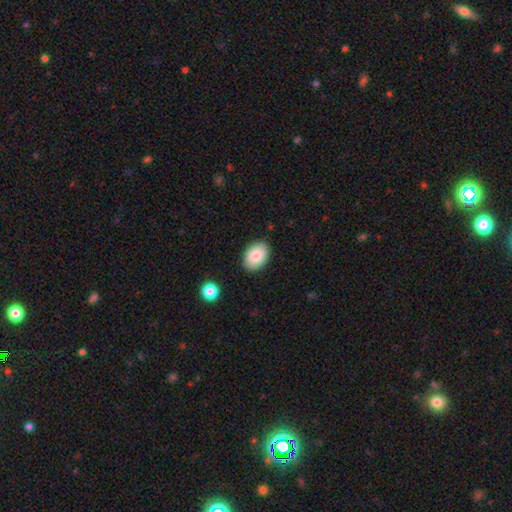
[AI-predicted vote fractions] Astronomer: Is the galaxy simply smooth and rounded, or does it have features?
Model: smooth — 85%.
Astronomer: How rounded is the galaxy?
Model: in between — 82%.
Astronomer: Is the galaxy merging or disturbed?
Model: none — 86%.